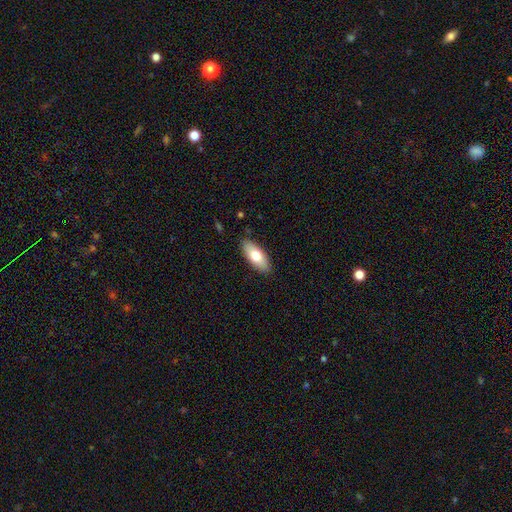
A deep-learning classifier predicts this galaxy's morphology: smooth_or_featured: smooth (p=0.73) [alt: featured or disk p=0.21]
how_rounded: in between (p=0.83) [alt: cigar-shaped p=0.14]
merging: none (p=0.88) [alt: minor disturbance p=0.09]